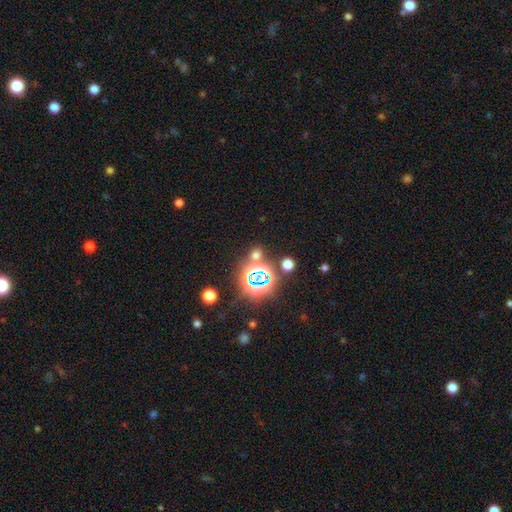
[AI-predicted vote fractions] Smooth or featured: star or artifact — 48% (smooth — 46%)